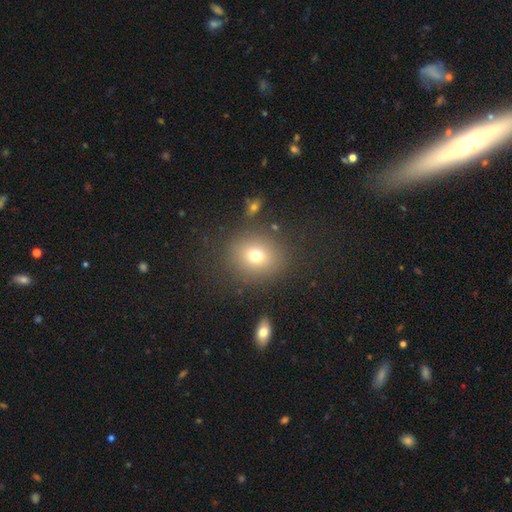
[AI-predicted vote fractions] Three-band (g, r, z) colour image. It shows a smooth galaxy with no disk features (72%) that is round (74%). Merging: none (83%).